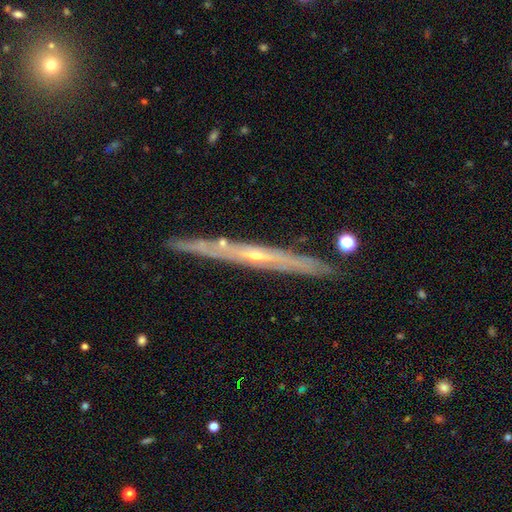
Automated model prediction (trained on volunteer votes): smooth-or-featured: featured or disk: 79% | smooth: 14% | star or artifact: 7%
  disk-edge-on: yes: 95% | no: 5%
    edge-on-bulge: rounded: 59% | none: 38% | boxy: 3%
  merging: none: 86% | minor disturbance: 10% | merger: 2% | major disturbance: 2%